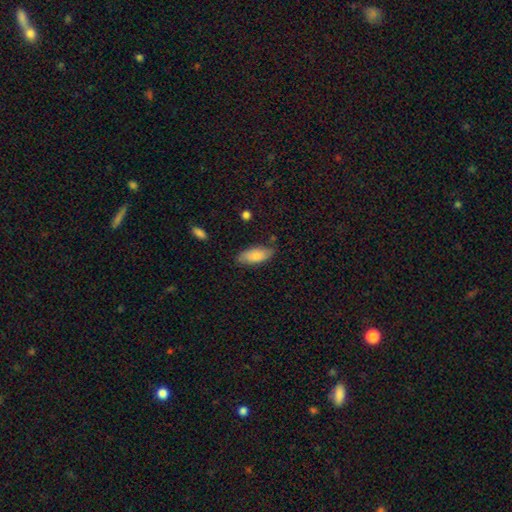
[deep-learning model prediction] Morphology: type=smooth (81%); roundness=in between (84%); merging=none (77%).